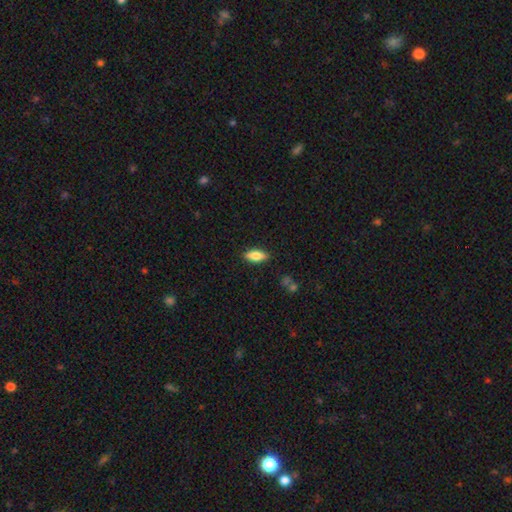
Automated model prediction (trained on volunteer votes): Smooth or featured? Predicted: smooth (p=0.78). How rounded? Predicted: in between (p=0.79). Merging? Predicted: none (p=0.87).